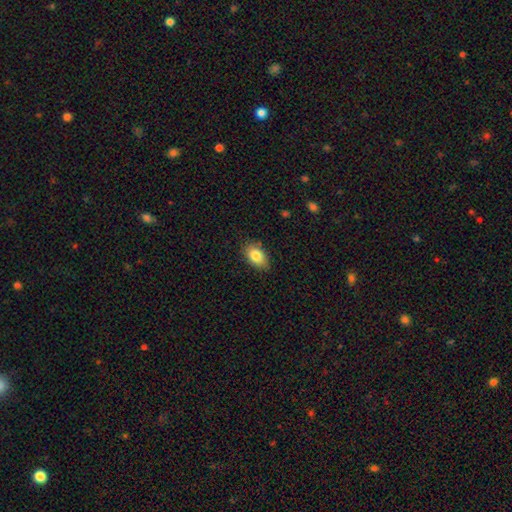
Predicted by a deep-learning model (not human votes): The model was most divided on "merging": none: 83%, minor disturbance: 13%, major disturbance: 3%, merger: 1%. More confident: how rounded — in between (89%); smooth or featured — smooth (84%).